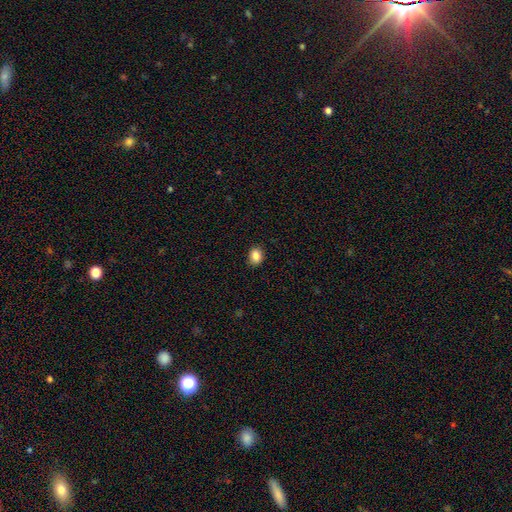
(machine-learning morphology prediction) Smooth or featured?
  - smooth: 87% *
  - star or artifact: 9%
  - featured or disk: 4%
How rounded?
  - in between: 58% *
  - round: 41%
  - cigar-shaped: 1%
Merging?
  - none: 89% *
  - minor disturbance: 8%
  - major disturbance: 2%
  - merger: 1%